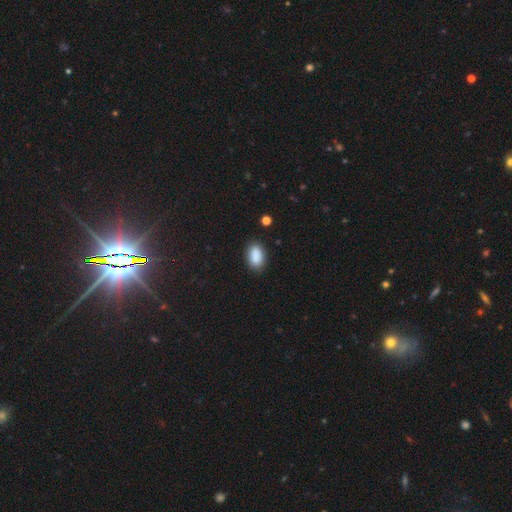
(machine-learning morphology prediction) smooth-or-featured: smooth: 89% | star or artifact: 7% | featured or disk: 4%
  how-rounded: in between: 91% | round: 8% | cigar-shaped: 2%
  merging: none: 85% | minor disturbance: 10% | major disturbance: 2% | merger: 2%